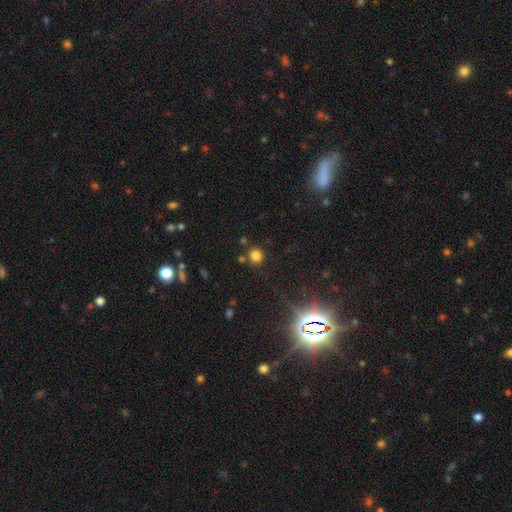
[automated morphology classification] Overall: smooth (78%). How rounded: round (89%). Merging: none (80%).